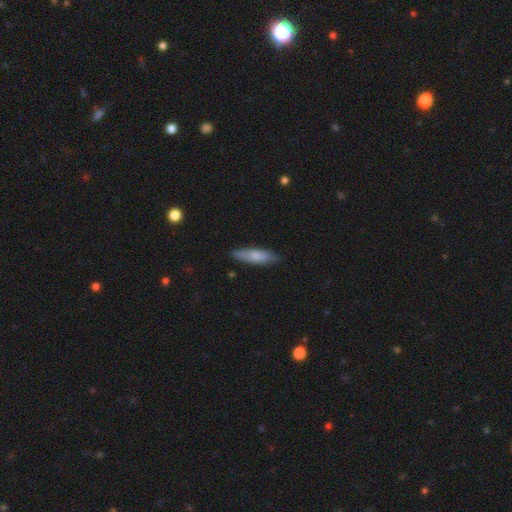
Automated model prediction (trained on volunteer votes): smooth 71%, featured or disk 23%, star or artifact 6%. Down the decision tree: how rounded — cigar-shaped (59%); merging — none (82%).